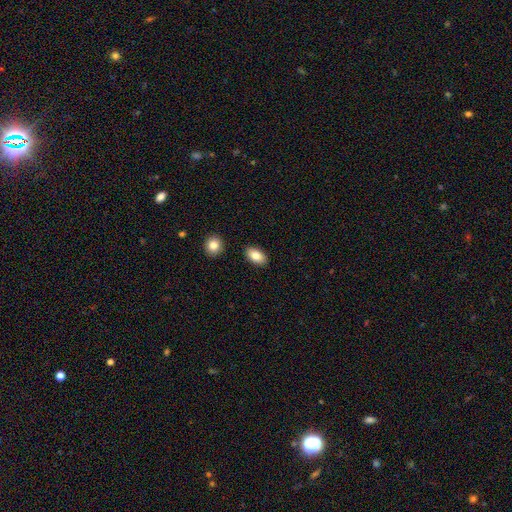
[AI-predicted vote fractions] This appears to be a smooth galaxy with no disk features (83%) that is in between round and cigar-shaped (92%). Merging: none (87%).